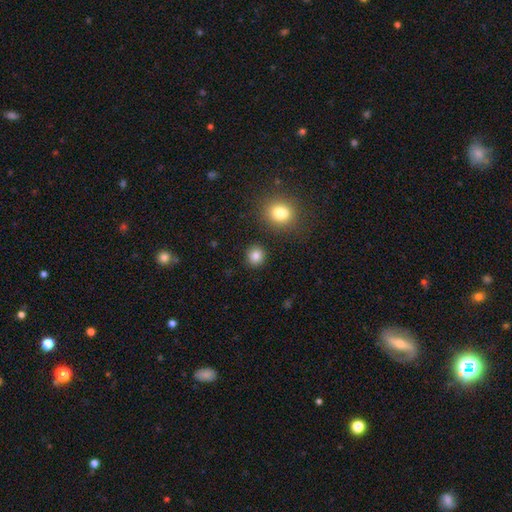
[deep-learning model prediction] Q: Smooth or featured?
A: smooth (84%); runner-up: star or artifact (11%)
Q: How rounded?
A: round (88%); runner-up: in between (11%)
Q: Merging?
A: none (89%); runner-up: minor disturbance (6%)